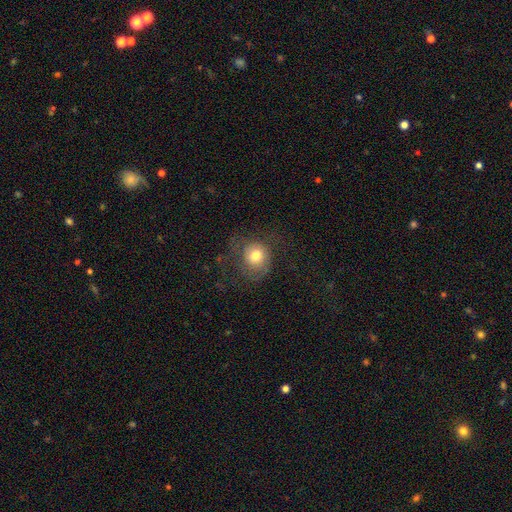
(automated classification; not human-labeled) A smooth galaxy with no disk features (67%) that is round (81%). Merging: none (50%).